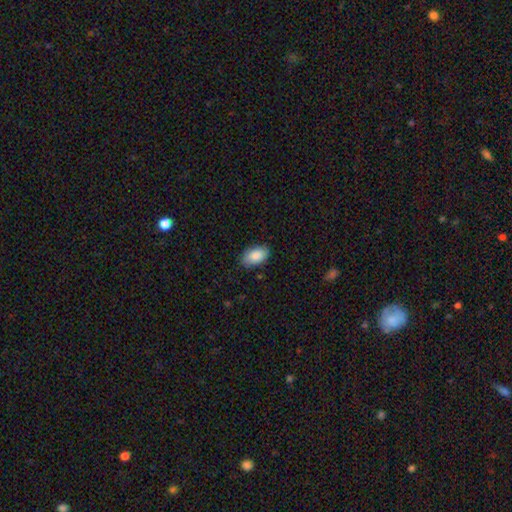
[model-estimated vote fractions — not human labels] smooth 88%, star or artifact 6%, featured or disk 6%. Down the decision tree: how rounded — in between (94%); merging — none (84%).